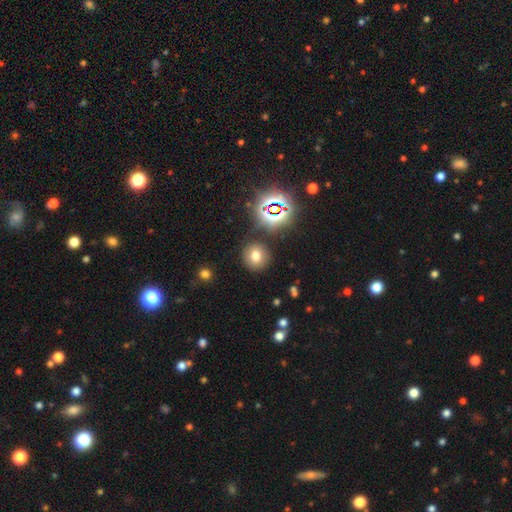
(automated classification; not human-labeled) smooth_or_featured: smooth (p=0.69) [alt: star or artifact p=0.21]
how_rounded: round (p=0.89) [alt: in between p=0.10]
merging: none (p=0.85) [alt: minor disturbance p=0.08]